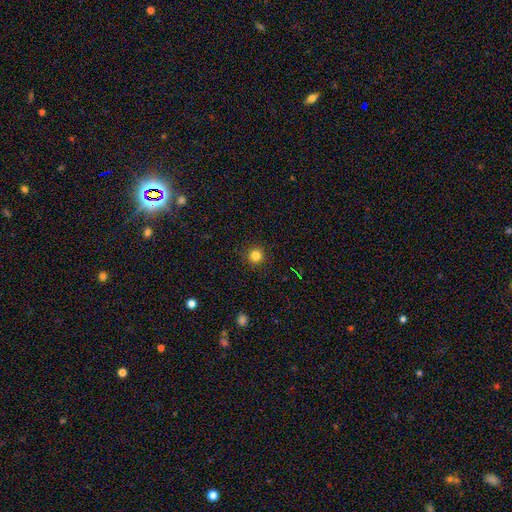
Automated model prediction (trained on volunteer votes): A smooth galaxy with no disk features (82%) that is round (94%). Merging: none (91%).